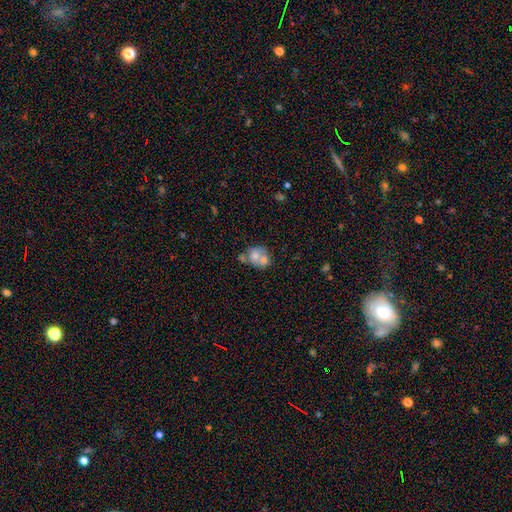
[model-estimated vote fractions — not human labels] This appears to be a smooth galaxy with no disk features (60%) that is round (61%). Merging: merger (60%).